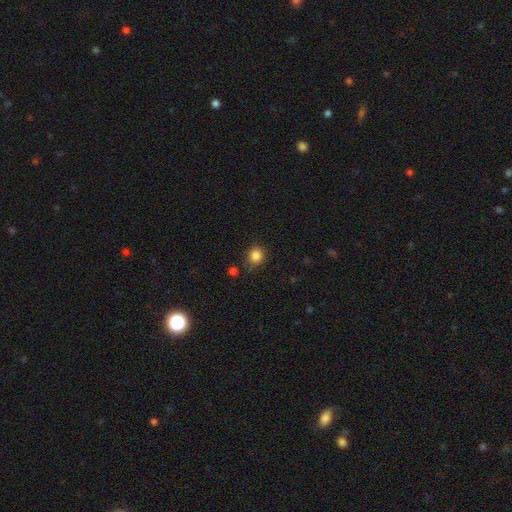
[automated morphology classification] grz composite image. It shows a smooth galaxy with no disk features (85%) that is round (80%). Merging: none (81%).